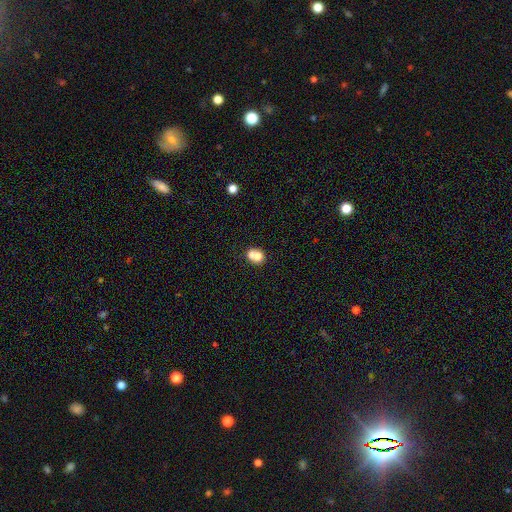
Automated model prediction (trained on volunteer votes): Smooth or featured? Predicted: smooth (p=0.74). How rounded? Predicted: round (p=0.57). Merging? Predicted: merger (p=0.50).